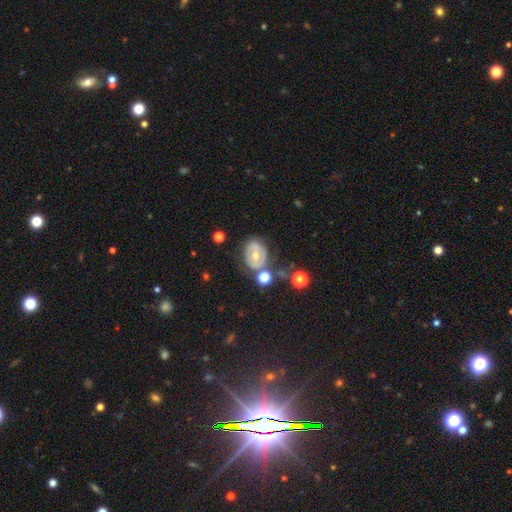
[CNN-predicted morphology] The model was most divided on "smooth or featured": featured or disk: 53%, smooth: 38%, star or artifact: 9%. More confident: edge-on disk — no (95%); spiral arms — no (75%); bulge size — moderate (72%); bar — no (67%); merging — none (59%).